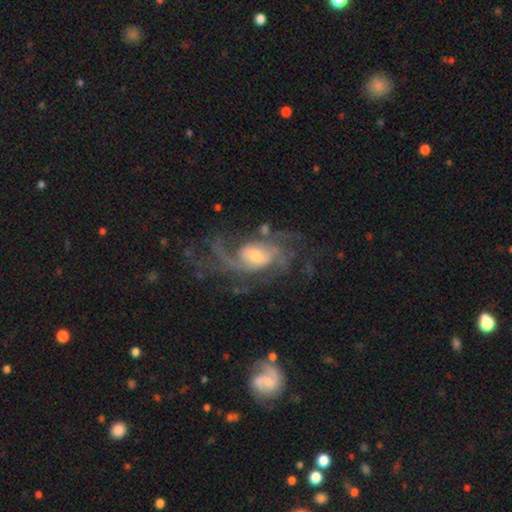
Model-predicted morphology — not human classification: Q: Smooth or featured?
A: featured or disk (89%); runner-up: smooth (6%)
Q: Edge-on disk?
A: no (97%); runner-up: yes (3%)
Q: Bar?
A: no (45%); runner-up: weak (44%)
Q: Spiral arms?
A: yes (96%); runner-up: no (4%)
Q: Spiral winding?
A: medium (46%); runner-up: tight (28%)
Q: Spiral arm count?
A: 2 (26%); runner-up: 3 (24%)
Q: Bulge size?
A: moderate (51%); runner-up: small (35%)
Q: Merging?
A: none (60%); runner-up: major disturbance (21%)